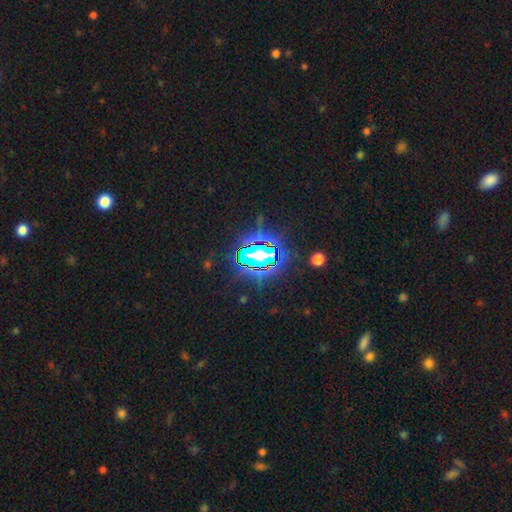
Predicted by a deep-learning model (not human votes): Overall: star or artifact (73%).